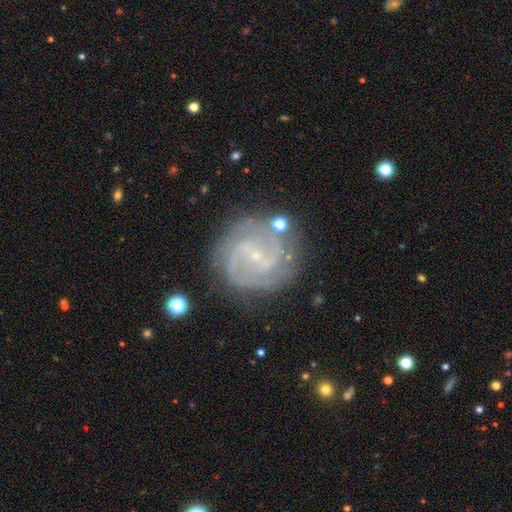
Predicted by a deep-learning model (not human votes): This is clearly a featured or disk galaxy (87%). It is clearly not viewed edge-on (98%). Bar: marginally weak (44%). Spiral arm pattern: clearly yes (96%). Spiral arm count: possibly 2 (49%). Spiral winding: possibly tight (50%). Central bulge: clearly small (87%). Merging: likely none (77%).